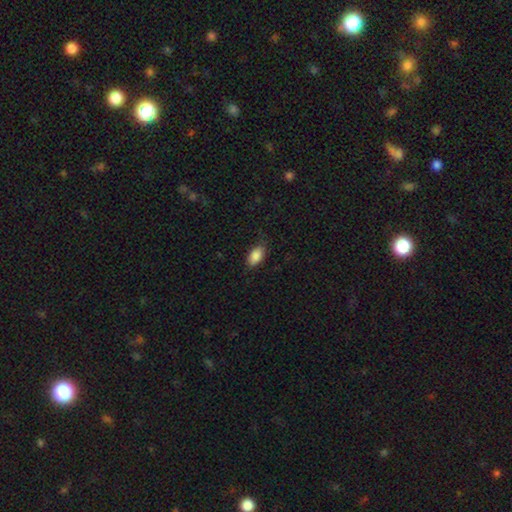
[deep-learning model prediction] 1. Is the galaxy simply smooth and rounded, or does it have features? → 87% smooth, 7% star or artifact, 6% featured or disk.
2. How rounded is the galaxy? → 92% in between, 4% round, 3% cigar-shaped.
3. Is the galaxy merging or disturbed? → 75% none, 19% minor disturbance, 5% major disturbance, 1% merger.